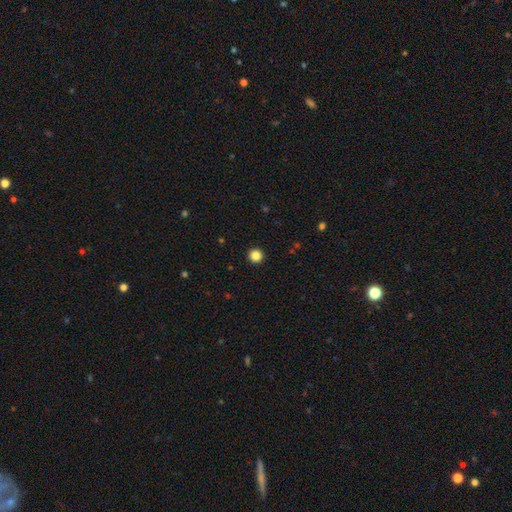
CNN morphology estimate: type=smooth (86%); roundness=round (96%); merging=none (94%).